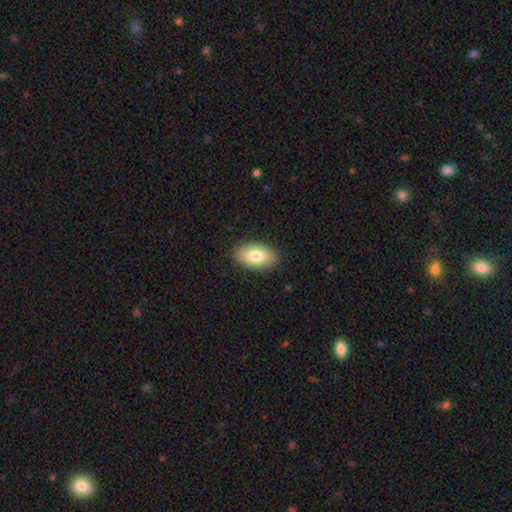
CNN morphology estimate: Smooth or featured: smooth — 77% (featured or disk — 16%)
How rounded: in between — 93% (round — 5%)
Merging: none — 89% (minor disturbance — 8%)